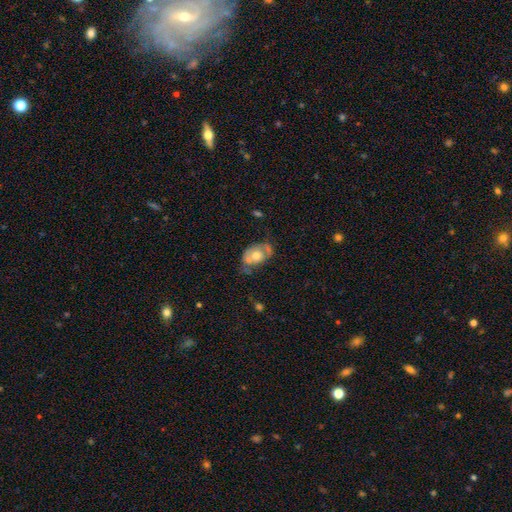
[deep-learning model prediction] The model was most divided on "smooth or featured": smooth: 47%, featured or disk: 46%, star or artifact: 7%. Remaining: merging — none (38%).